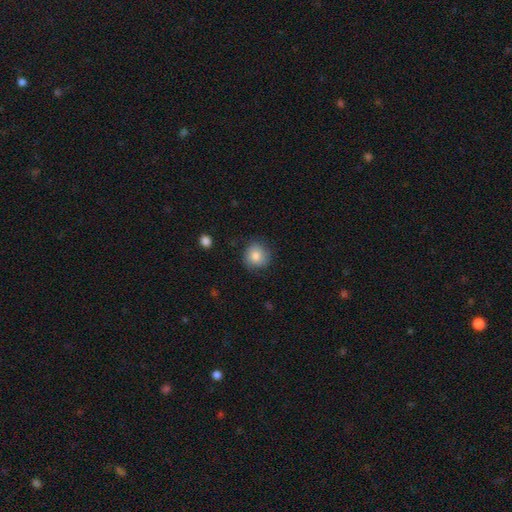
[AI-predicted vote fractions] This appears to be a smooth galaxy with no disk features (82%) that is round (88%). Merging: none (80%).